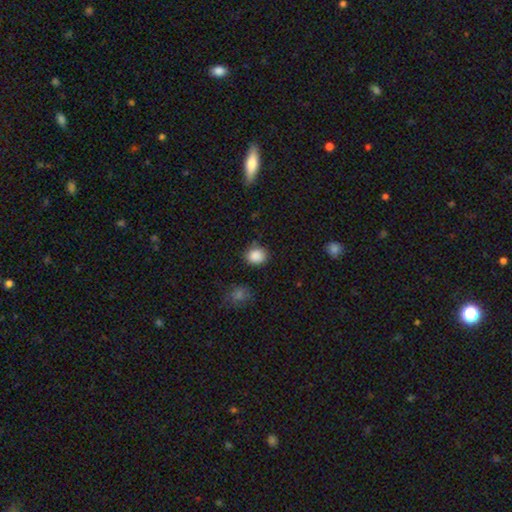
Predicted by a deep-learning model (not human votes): smooth 87%, star or artifact 10%, featured or disk 3%. Down the decision tree: how rounded — round (70%); merging — none (78%).